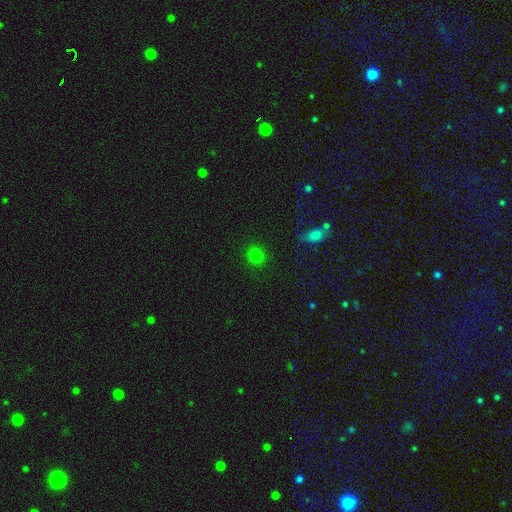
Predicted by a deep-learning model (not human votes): Overall: smooth (79%). How rounded: round (85%). Merging: none (88%).